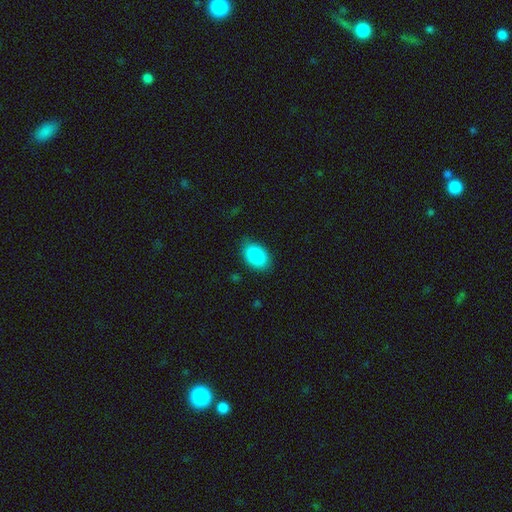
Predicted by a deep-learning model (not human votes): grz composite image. It shows a smooth galaxy with no disk features (89%) that is in between round and cigar-shaped (90%). Merging: none (81%).